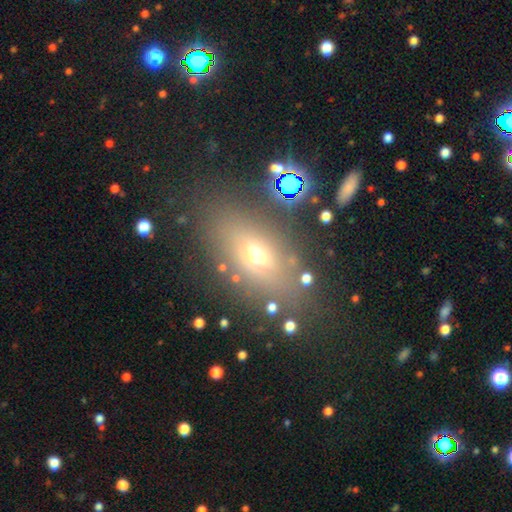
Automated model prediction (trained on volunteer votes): The model was most divided on "smooth or featured": smooth: 57%, featured or disk: 23%, star or artifact: 19%. More confident: merging — none (74%); how rounded — in between (74%).